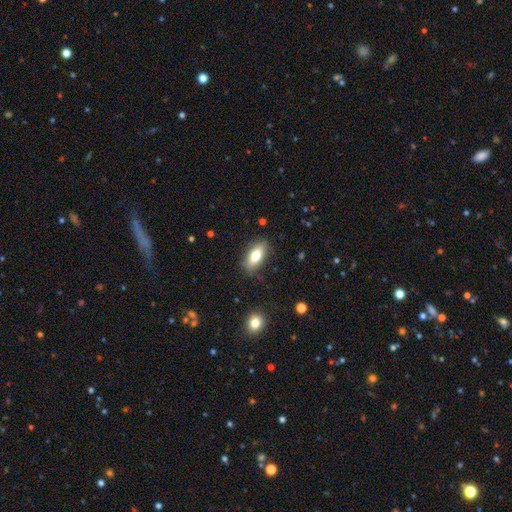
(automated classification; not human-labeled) Overall: smooth (72%). How rounded: in between (80%). Merging: none (82%).